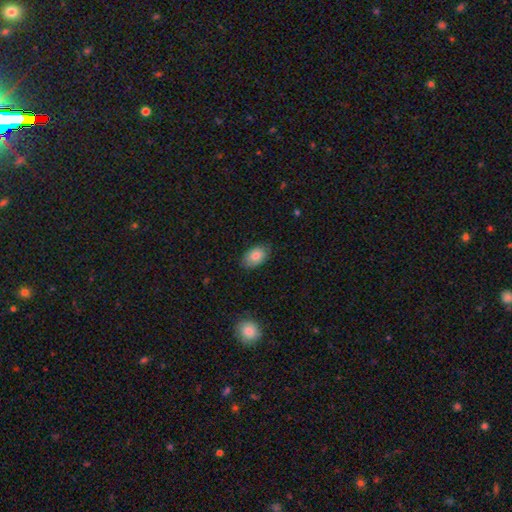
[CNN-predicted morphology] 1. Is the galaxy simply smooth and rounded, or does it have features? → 82% smooth, 10% featured or disk, 7% star or artifact.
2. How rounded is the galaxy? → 91% in between, 8% round, 1% cigar-shaped.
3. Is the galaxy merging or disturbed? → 79% none, 17% minor disturbance, 3% major disturbance, 1% merger.